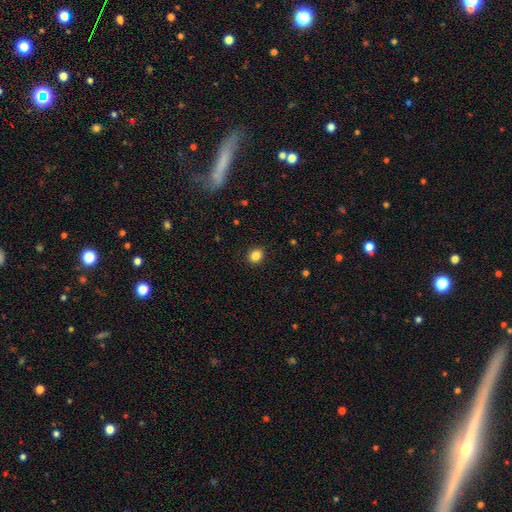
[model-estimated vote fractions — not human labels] Smooth or featured? smooth (85%)
How rounded? round (69%)
Merging? none (91%)